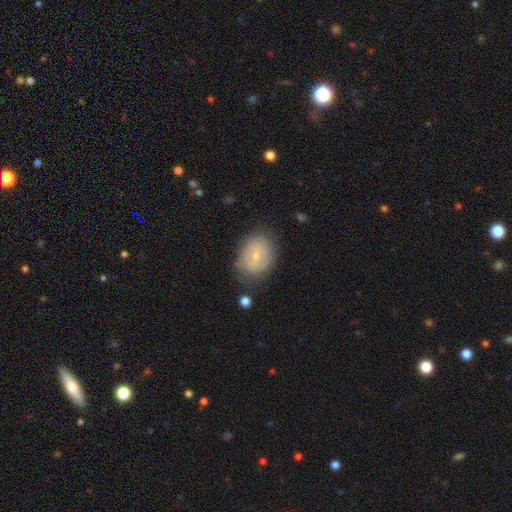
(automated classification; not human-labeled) smooth 51%, featured or disk 41%, star or artifact 8%. Down the decision tree: how rounded — in between (64%); merging — none (71%).